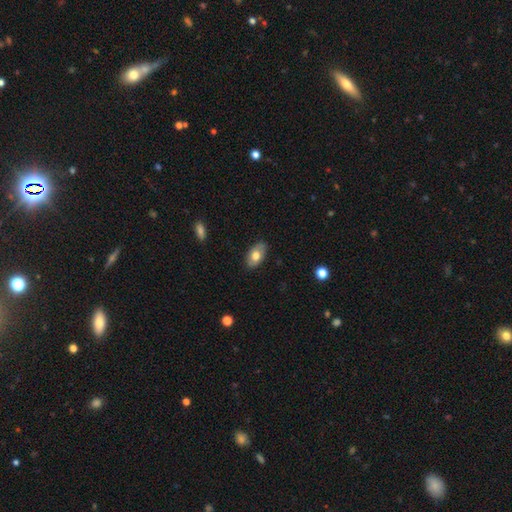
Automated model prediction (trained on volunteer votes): Q: Smooth or featured?
A: smooth (75%); runner-up: featured or disk (18%)
Q: How rounded?
A: in between (92%); runner-up: round (5%)
Q: Merging?
A: none (84%); runner-up: minor disturbance (13%)